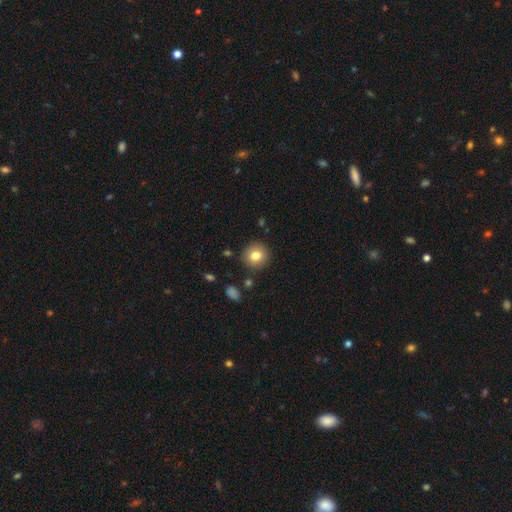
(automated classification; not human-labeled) Morphology: type=smooth (80%); roundness=round (92%); merging=none (89%).